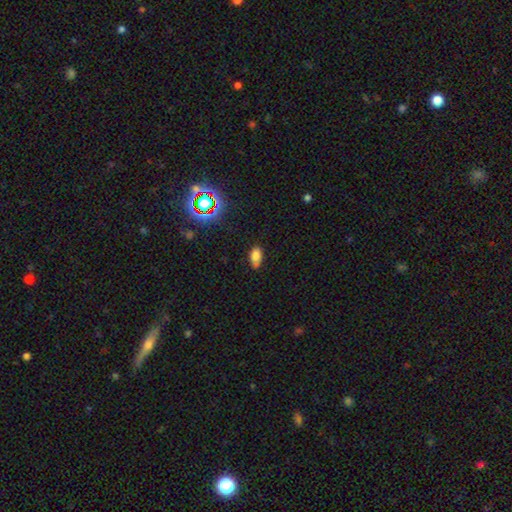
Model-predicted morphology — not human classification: smooth-or-featured: smooth: 78% | star or artifact: 13% | featured or disk: 9%
  how-rounded: in between: 89% | round: 6% | cigar-shaped: 5%
  merging: none: 63% | minor disturbance: 27% | major disturbance: 6% | merger: 4%